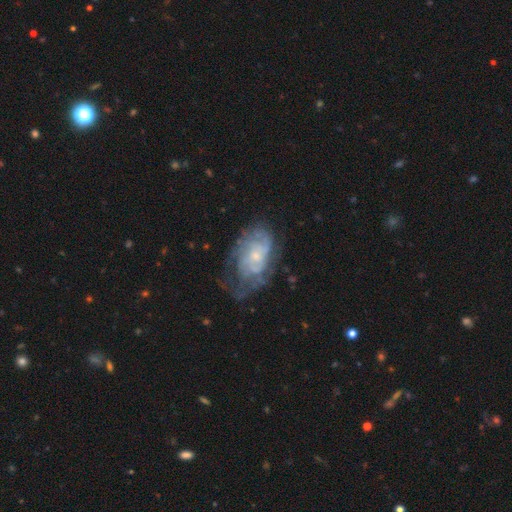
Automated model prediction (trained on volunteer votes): smooth_or_featured: featured or disk (p=0.72) [alt: smooth p=0.20]
disk_edge_on: no (p=0.96) [alt: yes p=0.04]
bar: no (p=0.75) [alt: weak p=0.22]
has_spiral_arms: yes (p=0.76) [alt: no p=0.24]
spiral_winding: tight (p=0.54) [alt: medium p=0.32]
spiral_arm_count: can't tell (p=0.59) [alt: 2 p=0.18]
bulge_size: small (p=0.63) [alt: moderate p=0.29]
merging: none (p=0.50) [alt: minor disturbance p=0.27]